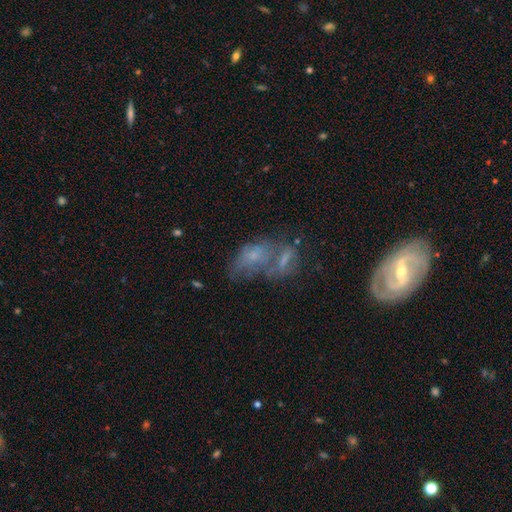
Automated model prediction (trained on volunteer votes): This is marginally a smooth galaxy (42%, tied with featured or disk). Merging: possibly merger (53%).